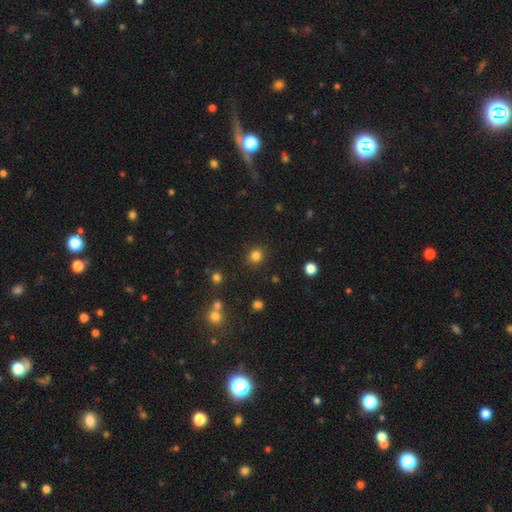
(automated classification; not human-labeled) This appears to be a smooth galaxy with no disk features (82%) that is round (86%). Merging: none (88%).